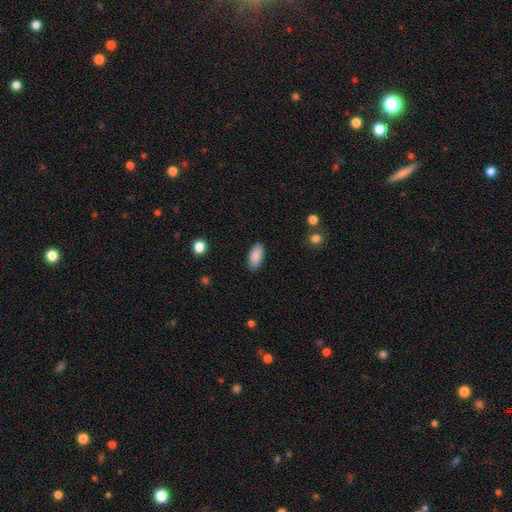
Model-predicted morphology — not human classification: smooth-or-featured: smooth: 89% | star or artifact: 7% | featured or disk: 5%
  how-rounded: in between: 91% | cigar-shaped: 7% | round: 2%
  merging: none: 88% | minor disturbance: 9% | major disturbance: 2% | merger: 1%